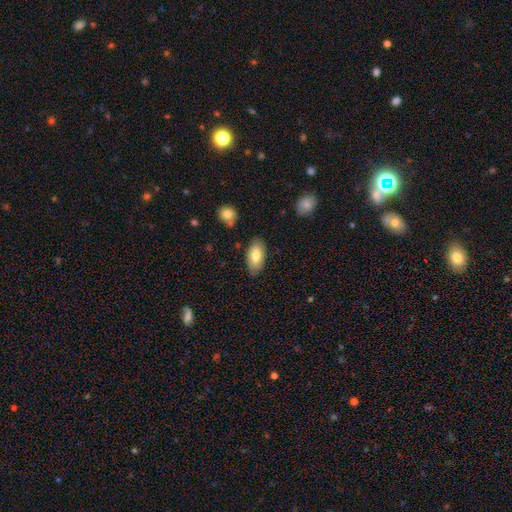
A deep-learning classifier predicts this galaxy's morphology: smooth-or-featured: smooth: 74% | featured or disk: 20% | star or artifact: 6%
  how-rounded: in between: 93% | cigar-shaped: 4% | round: 3%
  merging: none: 83% | minor disturbance: 12% | major disturbance: 2% | merger: 2%